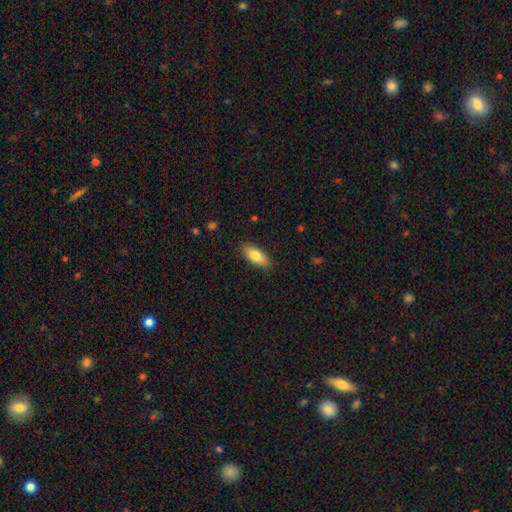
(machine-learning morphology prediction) Smooth or featured?
  - smooth: 80% *
  - featured or disk: 14%
  - star or artifact: 6%
How rounded?
  - in between: 83% *
  - cigar-shaped: 14%
  - round: 2%
Merging?
  - none: 87% *
  - minor disturbance: 10%
  - major disturbance: 2%
  - merger: 1%